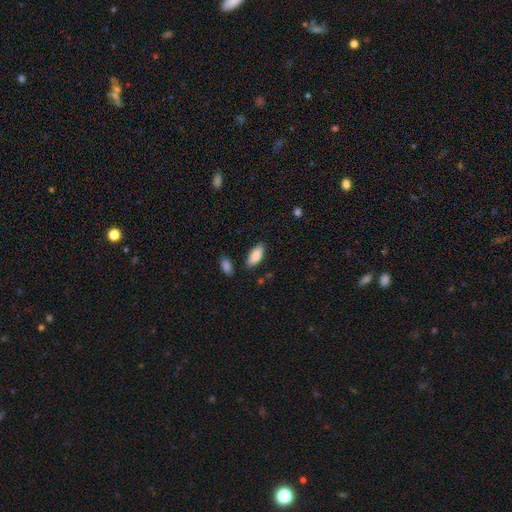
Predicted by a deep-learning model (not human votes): smooth_or_featured: smooth (p=0.89) [alt: star or artifact p=0.06]
how_rounded: in between (p=0.89) [alt: cigar-shaped p=0.10]
merging: none (p=0.83) [alt: minor disturbance p=0.12]